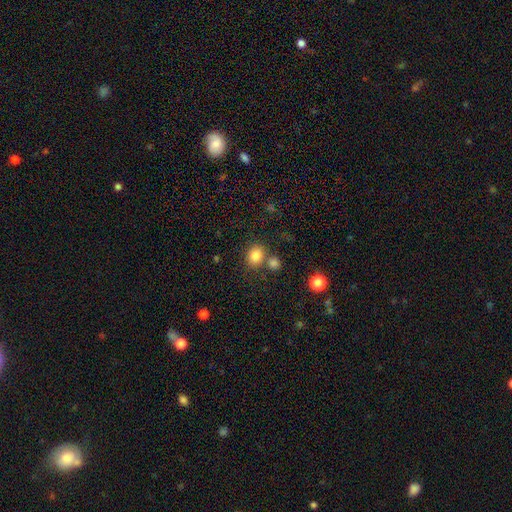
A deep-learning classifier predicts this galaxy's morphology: Q: Smooth or featured?
A: smooth (82%); runner-up: star or artifact (11%)
Q: How rounded?
A: round (58%); runner-up: in between (41%)
Q: Merging?
A: none (64%); runner-up: merger (21%)